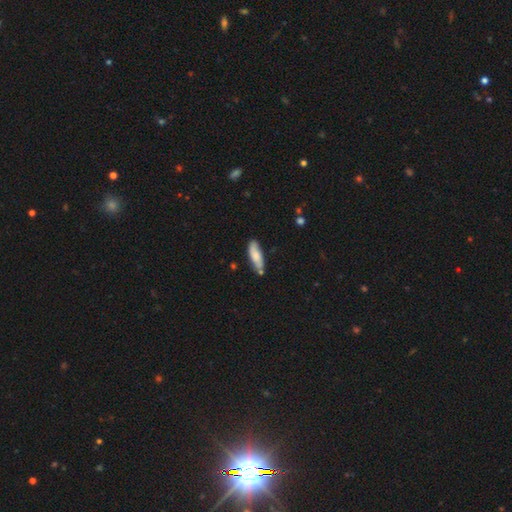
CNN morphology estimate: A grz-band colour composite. It shows a smooth galaxy with no disk features (70%) that is in between round and cigar-shaped (54%). Merging: none (66%).